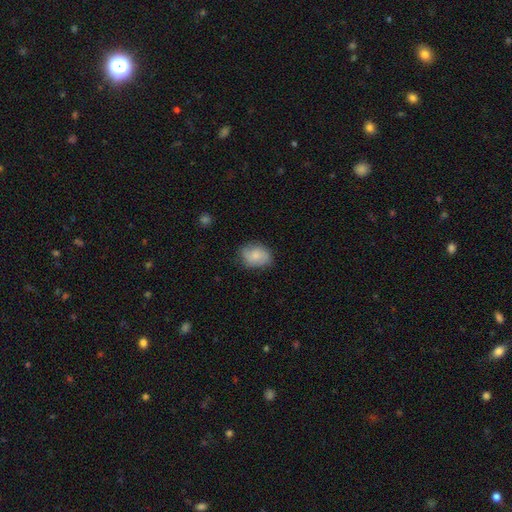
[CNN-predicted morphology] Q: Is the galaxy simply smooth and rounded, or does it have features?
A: smooth — 67%.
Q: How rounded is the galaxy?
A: in between — 63%.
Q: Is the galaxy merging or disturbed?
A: none — 73%.